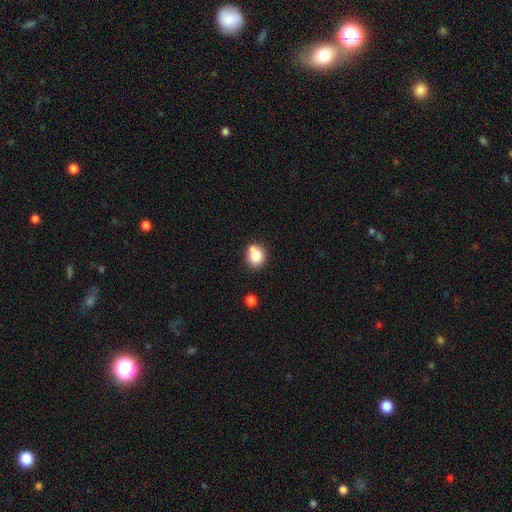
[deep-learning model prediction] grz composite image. It shows a smooth galaxy with no disk features (80%) that is round (75%). Merging: none (59%).